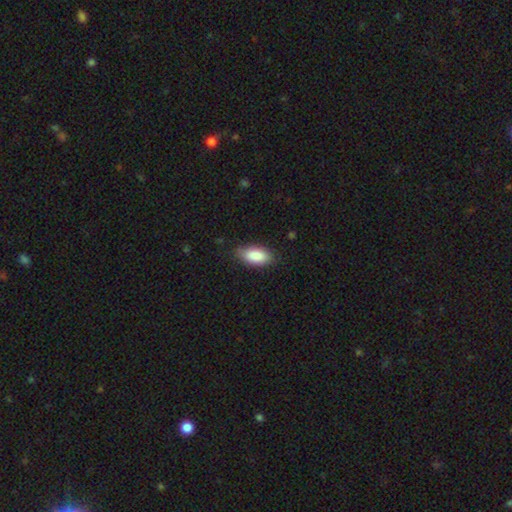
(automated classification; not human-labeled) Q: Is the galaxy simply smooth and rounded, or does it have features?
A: smooth — 88%.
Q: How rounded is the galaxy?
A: in between — 90%.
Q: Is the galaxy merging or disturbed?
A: none — 78%.